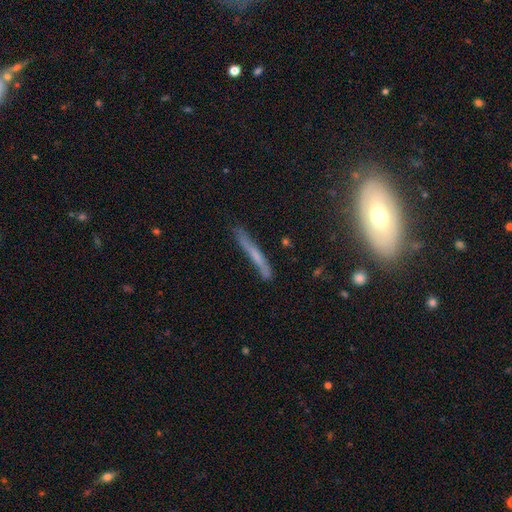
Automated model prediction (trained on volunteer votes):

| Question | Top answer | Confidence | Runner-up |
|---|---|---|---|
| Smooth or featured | featured or disk | 45% | smooth (44%) |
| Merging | none | 72% | minor disturbance (19%) |